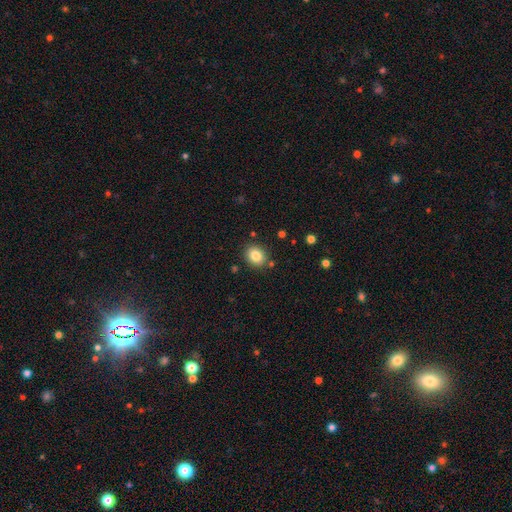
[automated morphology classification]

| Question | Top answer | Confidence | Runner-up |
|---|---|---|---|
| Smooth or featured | smooth | 83% | star or artifact (10%) |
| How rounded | round | 65% | in between (34%) |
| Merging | none | 85% | minor disturbance (9%) |